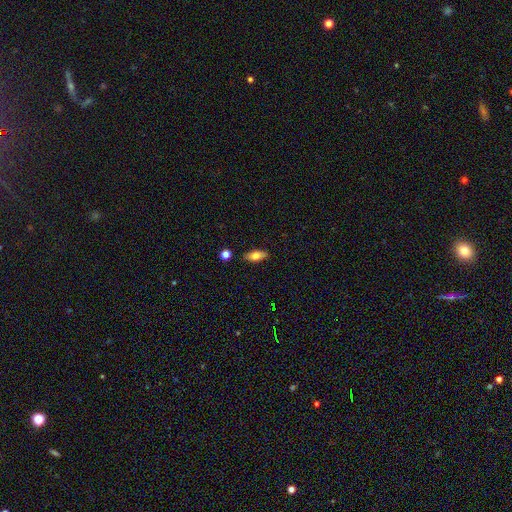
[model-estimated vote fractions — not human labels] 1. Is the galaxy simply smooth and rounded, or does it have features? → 69% smooth, 23% featured or disk, 8% star or artifact.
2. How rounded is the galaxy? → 80% in between, 16% cigar-shaped, 4% round.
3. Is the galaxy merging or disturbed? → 85% none, 10% minor disturbance, 3% merger, 2% major disturbance.